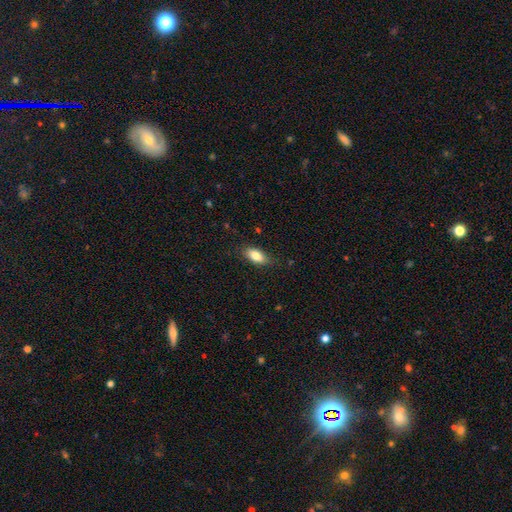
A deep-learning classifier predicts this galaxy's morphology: Smooth or featured? Predicted: smooth (p=0.82). How rounded? Predicted: in between (p=0.88). Merging? Predicted: none (p=0.80).